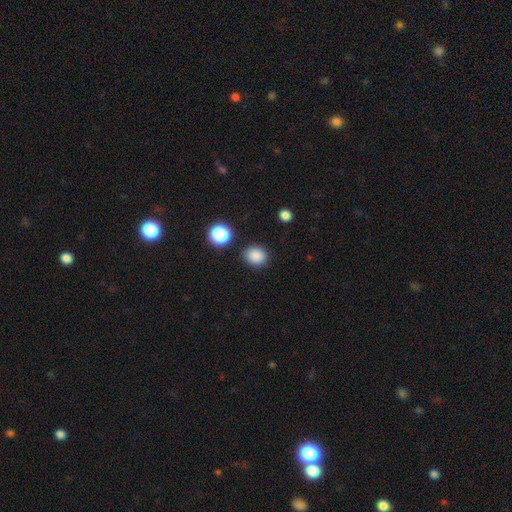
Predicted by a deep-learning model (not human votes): Overall: smooth (85%). How rounded: round (70%). Merging: none (86%).